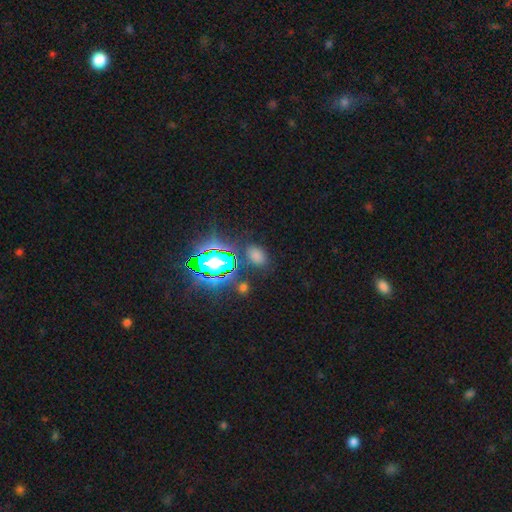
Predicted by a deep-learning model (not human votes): Smooth or featured? Predicted: smooth (p=0.61). How rounded? Predicted: in between (p=0.81). Merging? Predicted: none (p=0.81).